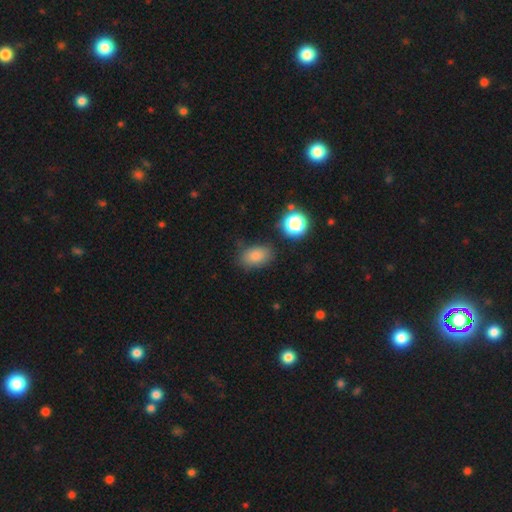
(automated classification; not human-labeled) smooth-or-featured: smooth: 82% | star or artifact: 11% | featured or disk: 6%
  how-rounded: in between: 85% | round: 14% | cigar-shaped: 2%
  merging: none: 77% | minor disturbance: 15% | major disturbance: 5% | merger: 4%